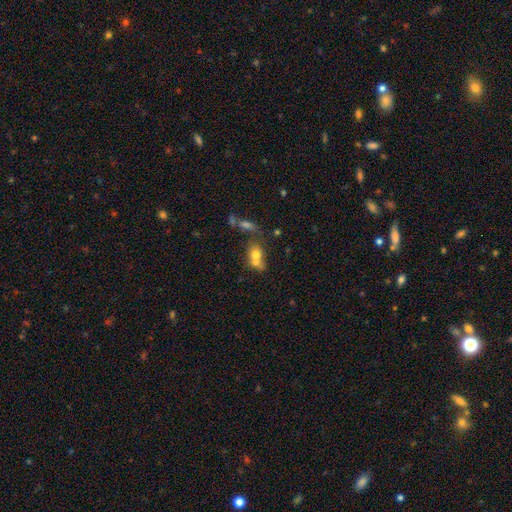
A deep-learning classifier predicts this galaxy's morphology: Q: Smooth or featured?
A: smooth (68%); runner-up: featured or disk (21%)
Q: How rounded?
A: in between (51%); runner-up: round (46%)
Q: Merging?
A: merger (62%); runner-up: none (24%)